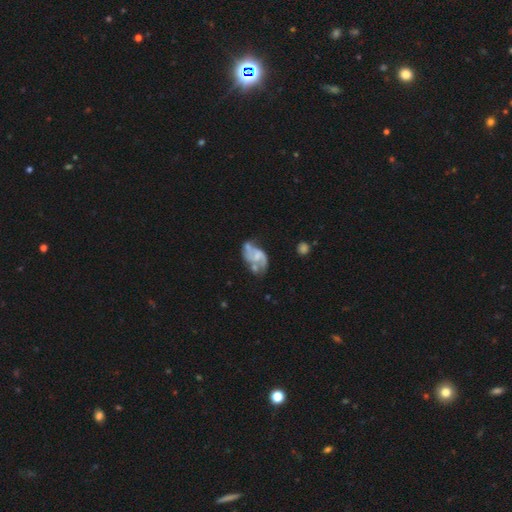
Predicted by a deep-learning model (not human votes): Smooth or featured? Predicted: featured or disk (p=0.69). Edge-on disk? Predicted: no (p=0.97). Bar? Predicted: no (p=0.55). Spiral arms? Predicted: yes (p=0.73). Bulge size? Predicted: small (p=0.35, tied with none). Merging? Predicted: none (p=0.34).